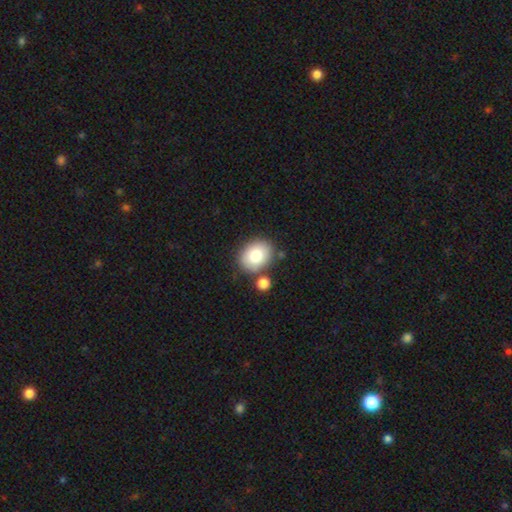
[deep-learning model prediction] This is clearly a smooth galaxy (81%). How rounded: possibly in between (58%). Merging: likely none (74%).